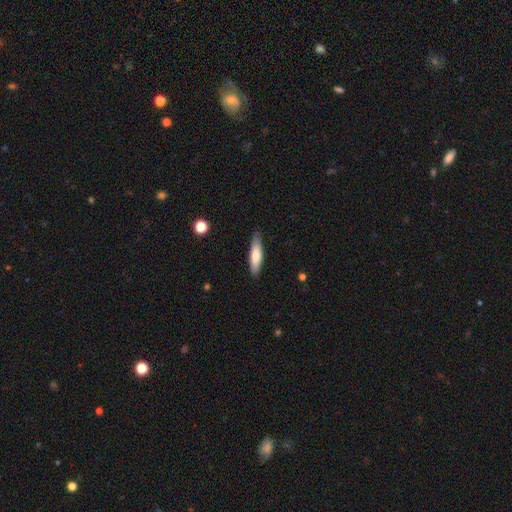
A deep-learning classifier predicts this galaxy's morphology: A smooth galaxy with no disk features (69%) that is cigar-shaped (72%). Merging: none (86%).